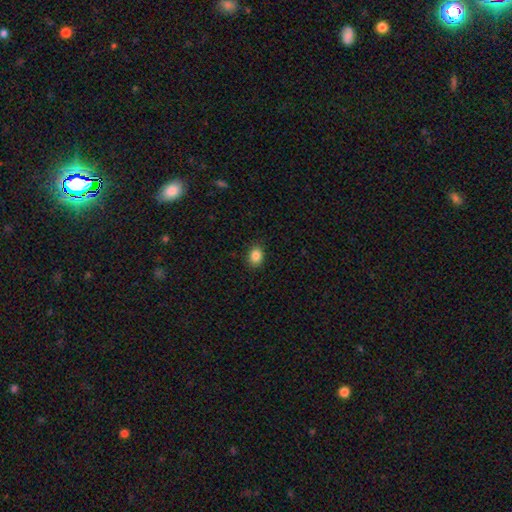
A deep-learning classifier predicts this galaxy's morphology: Q: Smooth or featured?
A: smooth (85%); runner-up: star or artifact (10%)
Q: How rounded?
A: in between (57%); runner-up: round (42%)
Q: Merging?
A: none (89%); runner-up: minor disturbance (8%)